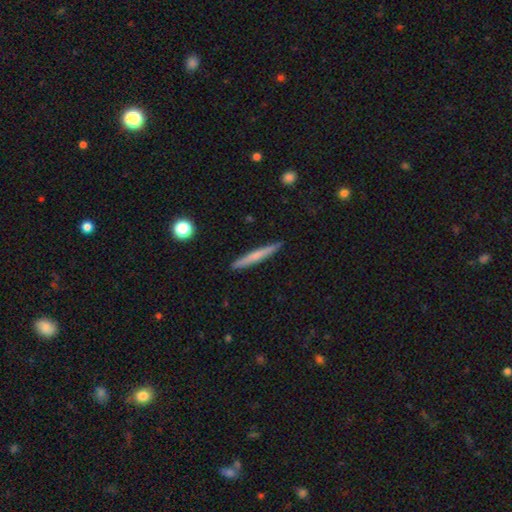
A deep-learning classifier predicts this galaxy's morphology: Q: Smooth or featured?
A: smooth (59%); runner-up: featured or disk (35%)
Q: How rounded?
A: cigar-shaped (96%); runner-up: in between (3%)
Q: Merging?
A: none (91%); runner-up: minor disturbance (7%)